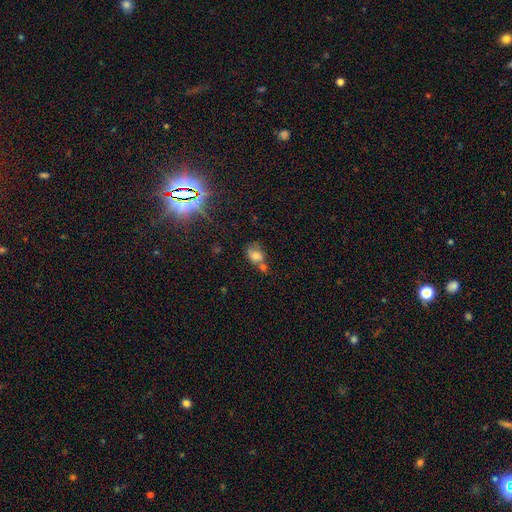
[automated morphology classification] This is likely a smooth galaxy (68%). How rounded: possibly in between (58%). Merging: marginally merger (40%).